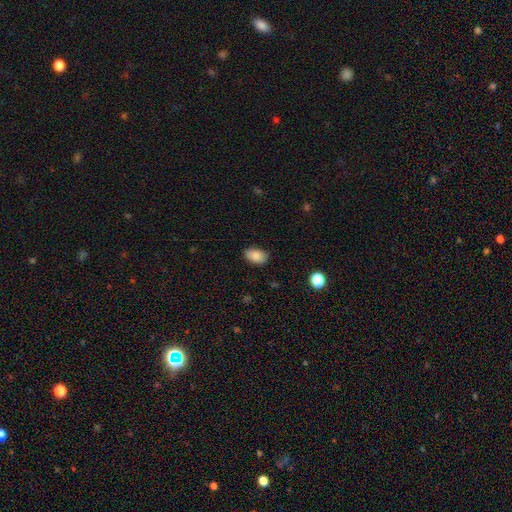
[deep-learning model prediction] smooth 86%, star or artifact 8%, featured or disk 6%. Down the decision tree: how rounded — in between (90%); merging — none (83%).